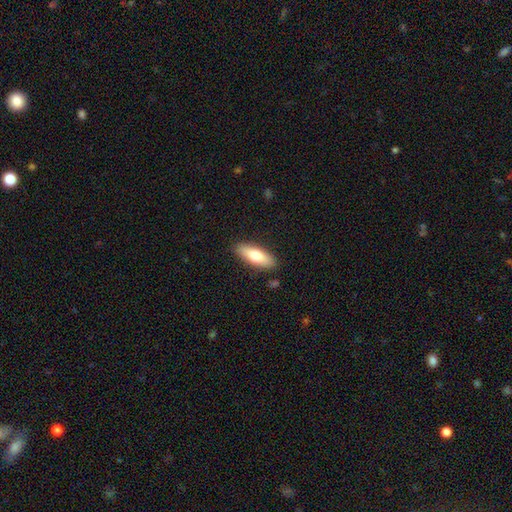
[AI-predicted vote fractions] smooth_or_featured: smooth (p=0.70) [alt: featured or disk p=0.24]
how_rounded: in between (p=0.58) [alt: cigar-shaped p=0.40]
merging: none (p=0.88) [alt: minor disturbance p=0.09]